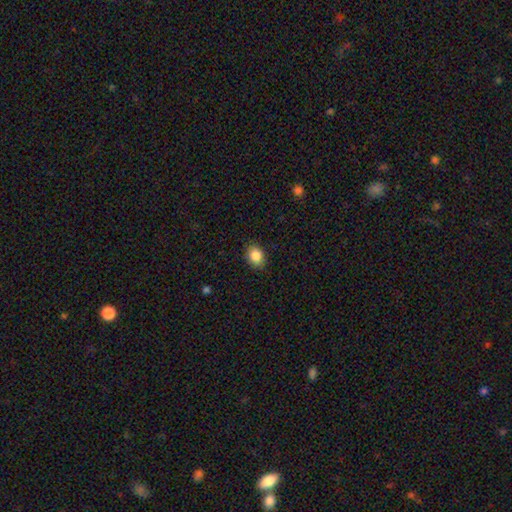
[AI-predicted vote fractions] Smooth or featured? smooth (87%)
How rounded? in between (63%)
Merging? none (88%)